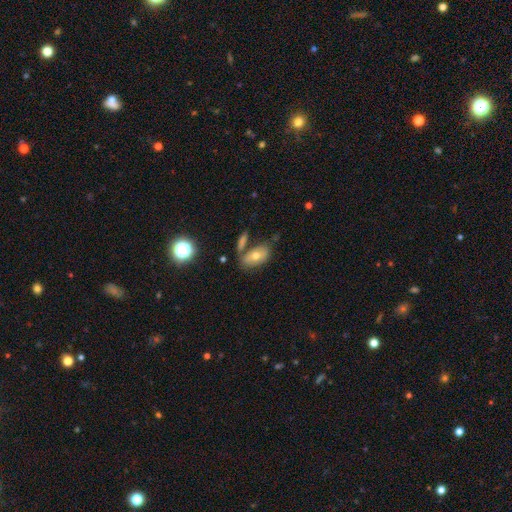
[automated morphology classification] Smooth or featured: smooth — 60% (featured or disk — 30%)
How rounded: in between — 88% (round — 9%)
Merging: none — 58% (minor disturbance — 18%)